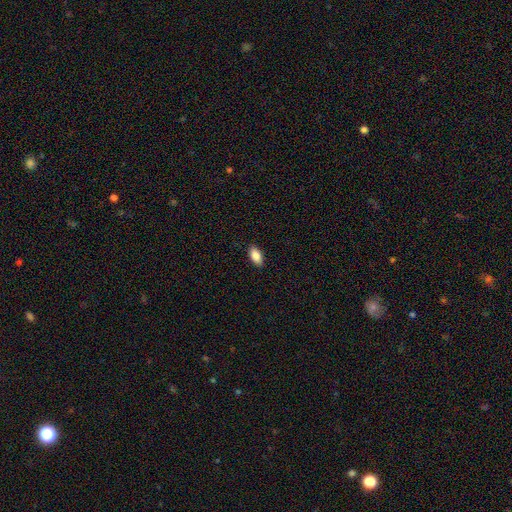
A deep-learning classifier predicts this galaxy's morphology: This appears to be a smooth galaxy with no disk features (87%) that is in between round and cigar-shaped (92%). Merging: none (89%).